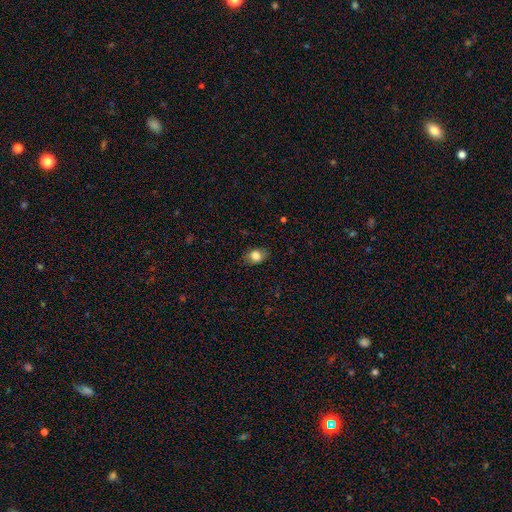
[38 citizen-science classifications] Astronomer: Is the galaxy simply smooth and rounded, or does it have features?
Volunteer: smooth — 89%.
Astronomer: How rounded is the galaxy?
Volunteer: in between — 59% (runner-up: round, 38%).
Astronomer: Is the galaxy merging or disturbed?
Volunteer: none — 83%.